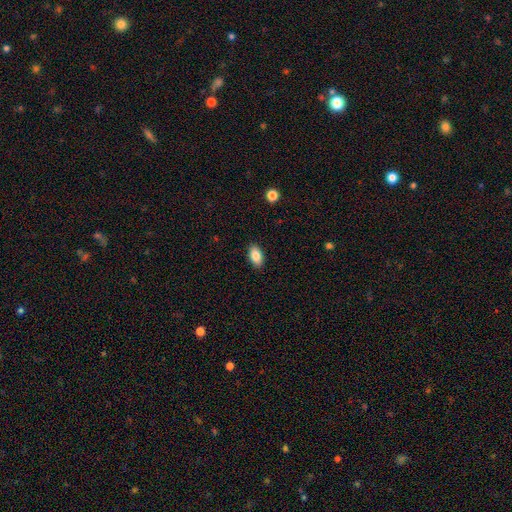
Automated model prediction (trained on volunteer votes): A smooth galaxy with no disk features (86%) that is in between round and cigar-shaped (93%).

Vote fractions:
- Smooth or featured? smooth: 86% / star or artifact: 8% / featured or disk: 7%
- How rounded? in between: 93% / round: 5% / cigar-shaped: 2%
- Merging? none: 89% / minor disturbance: 8% / major disturbance: 2% / merger: 1%